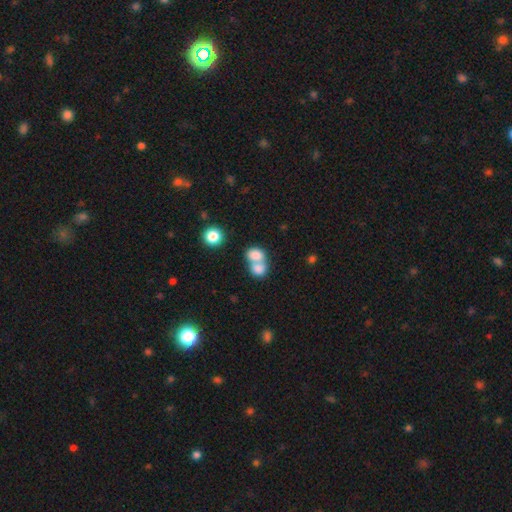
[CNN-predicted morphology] Smooth or featured: smooth — 78% (featured or disk — 13%)
How rounded: in between — 61% (round — 38%)
Merging: merger — 72% (none — 19%)